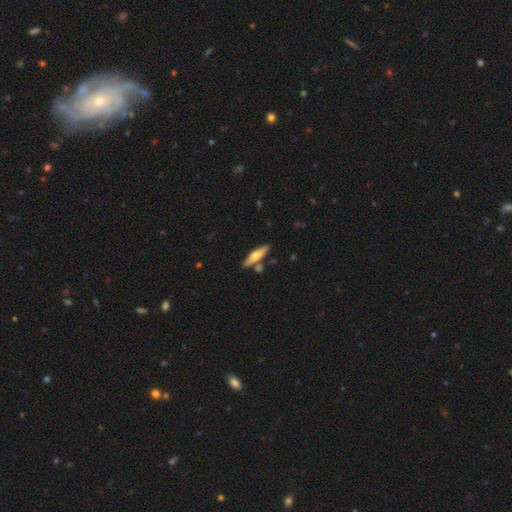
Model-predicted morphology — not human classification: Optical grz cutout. It shows a smooth galaxy with no disk features (51%) that is cigar-shaped (71%). Merging: none (78%).